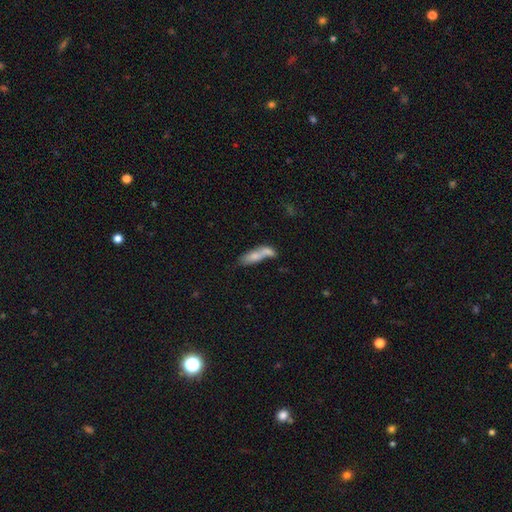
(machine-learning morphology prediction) This appears to be a smooth galaxy with no disk features (71%) that is in between round and cigar-shaped (52%). Merging: merger (51%).